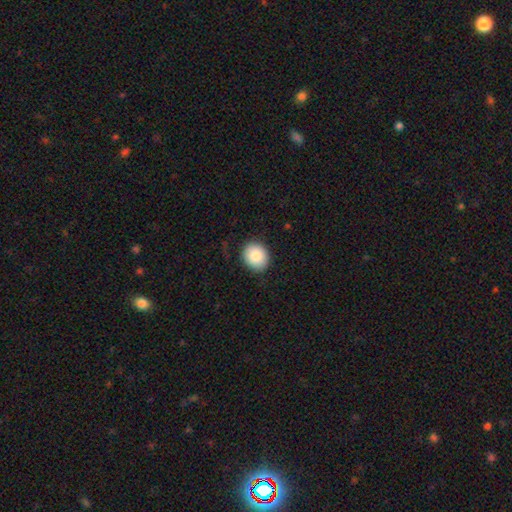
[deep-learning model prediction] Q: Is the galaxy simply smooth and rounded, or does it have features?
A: smooth — 87%.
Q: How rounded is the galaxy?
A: round — 69%.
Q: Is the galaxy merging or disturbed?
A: none — 87%.